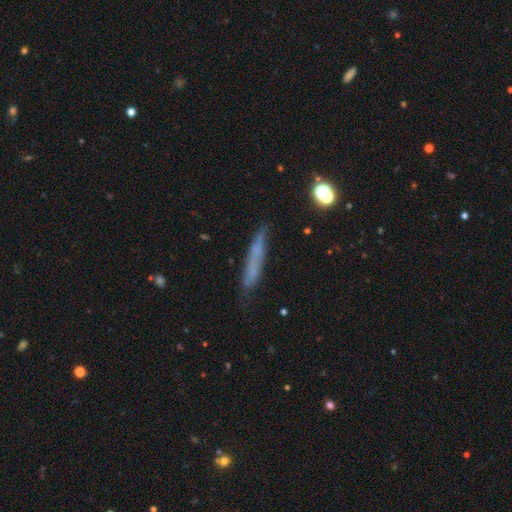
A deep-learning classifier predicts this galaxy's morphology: A smooth galaxy with no disk features (55%) that is cigar-shaped (92%). Merging: none (78%).